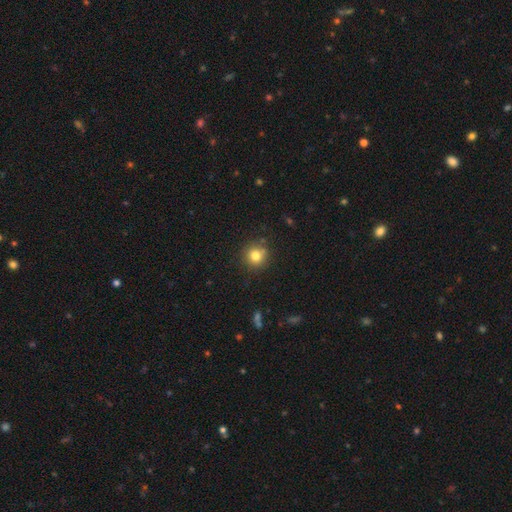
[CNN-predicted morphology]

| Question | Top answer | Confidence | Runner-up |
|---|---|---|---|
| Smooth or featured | smooth | 80% | star or artifact (12%) |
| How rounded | round | 92% | in between (7%) |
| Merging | none | 85% | minor disturbance (10%) |